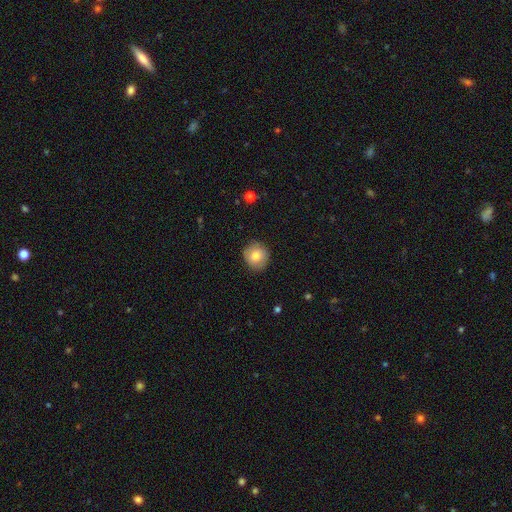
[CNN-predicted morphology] Smooth or featured? smooth (80%)
How rounded? round (90%)
Merging? none (87%)